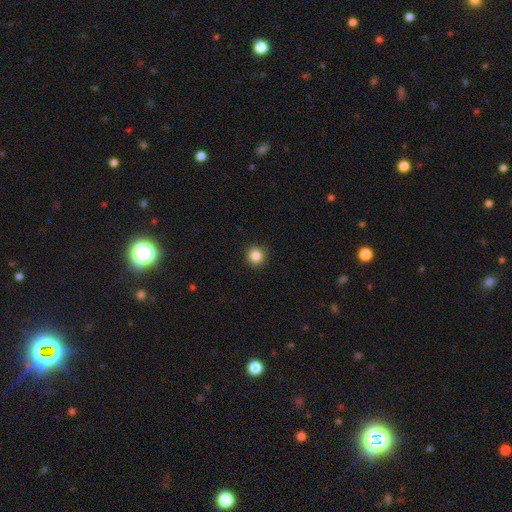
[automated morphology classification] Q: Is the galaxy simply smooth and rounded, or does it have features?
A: smooth — 86%.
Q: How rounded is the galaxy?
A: round — 93%.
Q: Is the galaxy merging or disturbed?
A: none — 90%.